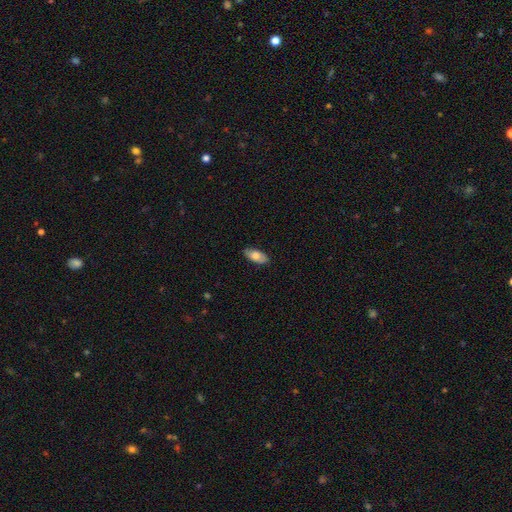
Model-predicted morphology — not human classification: smooth_or_featured: smooth (p=0.76) [alt: featured or disk p=0.18]
how_rounded: in between (p=0.88) [alt: cigar-shaped p=0.09]
merging: none (p=0.85) [alt: minor disturbance p=0.12]